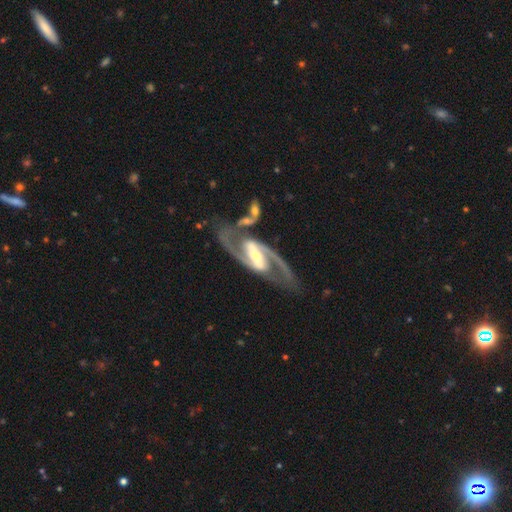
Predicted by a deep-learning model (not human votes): smooth-or-featured: featured or disk: 93% | star or artifact: 4% | smooth: 3%
  disk-edge-on: no: 95% | yes: 5%
    bar: strong: 74% | weak: 21% | no: 6%
    has-spiral-arms: yes: 98% | no: 2%
      spiral-winding: medium: 61% | loose: 20% | tight: 18%
      spiral-arm-count: 2: 94% | can't tell: 2% | 1: 1% | 3: 1% | 4: 1% | more than 4: 1%
    bulge-size: moderate: 49% | small: 37% | large: 8% | none: 3% | dominant: 2%
  merging: none: 64% | minor disturbance: 14% | merger: 13% | major disturbance: 9%